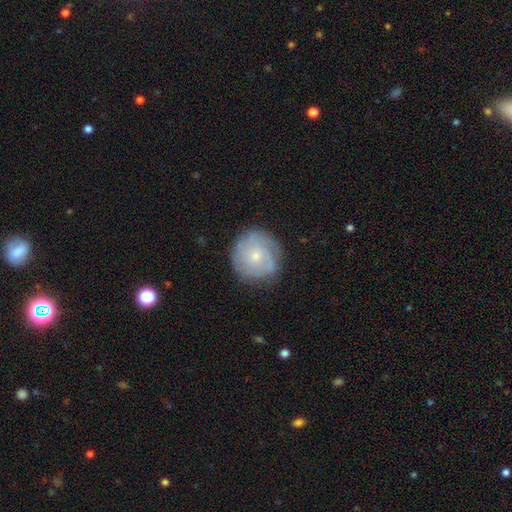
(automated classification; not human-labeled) The model was most divided on "spiral arm count": can't tell: 39%, 3: 21%, 2: 20%, 4: 8%, 1: 7%, more than 4: 5%. More confident: edge-on disk — no (98%); spiral arms — yes (87%); bar — no (78%); merging — none (78%); bulge size — small (73%); spiral winding — tight (62%); smooth or featured — featured or disk (61%).